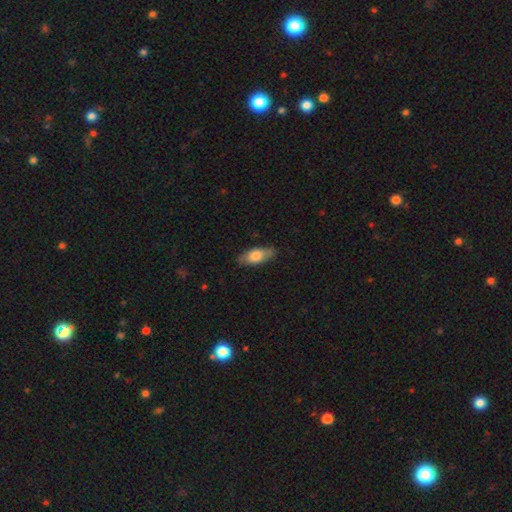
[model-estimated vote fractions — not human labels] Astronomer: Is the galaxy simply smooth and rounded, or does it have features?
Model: smooth — 70%.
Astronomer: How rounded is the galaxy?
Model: in between — 80%.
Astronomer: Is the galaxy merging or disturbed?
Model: none — 81%.